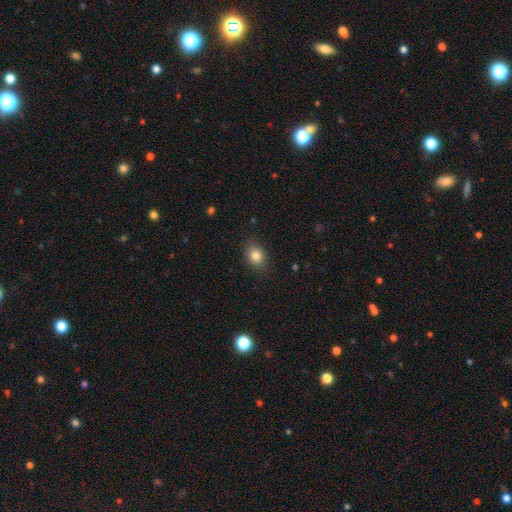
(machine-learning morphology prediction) The model was most divided on "how rounded": in between: 66%, round: 33%, cigar-shaped: 1%. More confident: merging — none (85%); smooth or featured — smooth (82%).